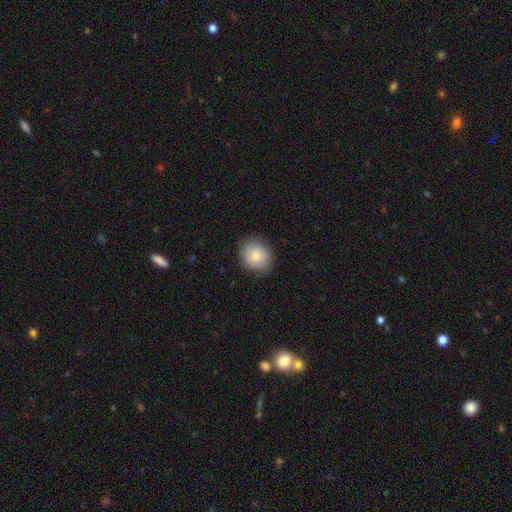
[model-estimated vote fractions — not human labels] This appears to be a smooth galaxy with no disk features (76%) that is round (80%). Merging: none (85%).